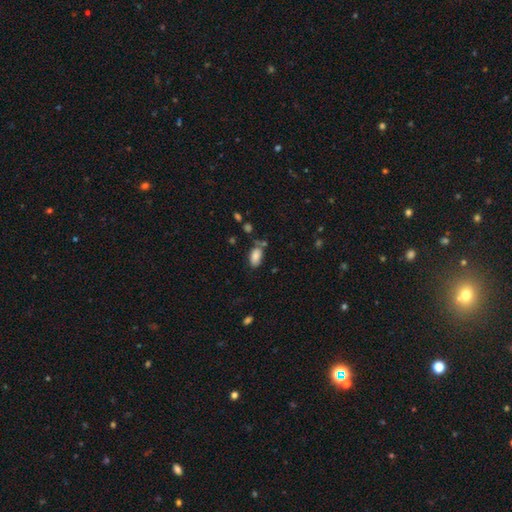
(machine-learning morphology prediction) type=smooth (84%); roundness=in between (94%); merging=none (61%).